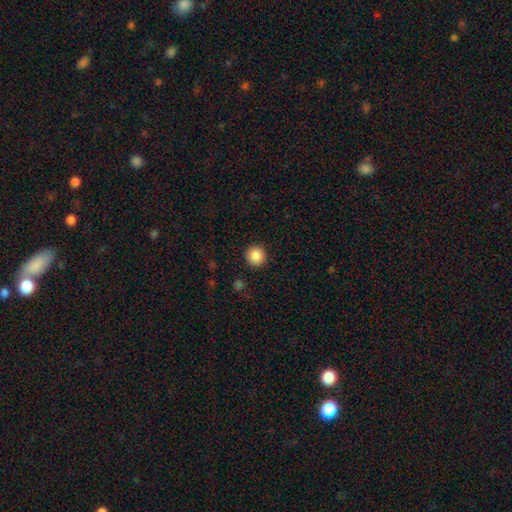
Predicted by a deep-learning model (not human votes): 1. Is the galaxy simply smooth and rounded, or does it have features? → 88% smooth, 9% star or artifact, 3% featured or disk.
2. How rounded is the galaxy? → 95% round, 4% in between, 1% cigar-shaped.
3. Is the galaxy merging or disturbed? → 92% none, 5% minor disturbance, 2% major disturbance, 1% merger.